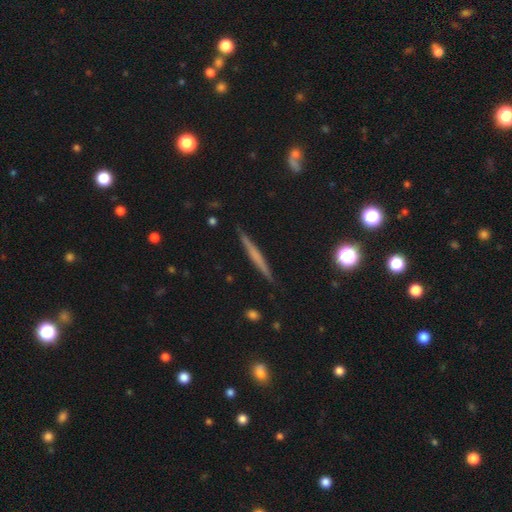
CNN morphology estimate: smooth_or_featured: featured or disk (p=0.49) [alt: smooth p=0.43]
merging: none (p=0.90) [alt: minor disturbance p=0.07]